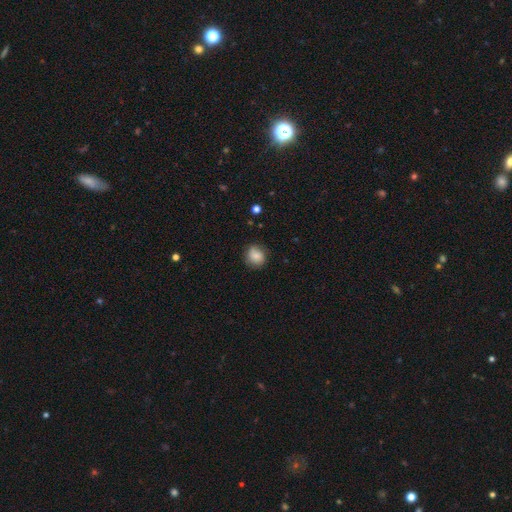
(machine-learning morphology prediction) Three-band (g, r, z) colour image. It shows a smooth galaxy with no disk features (83%) that is round (77%). Merging: none (78%).